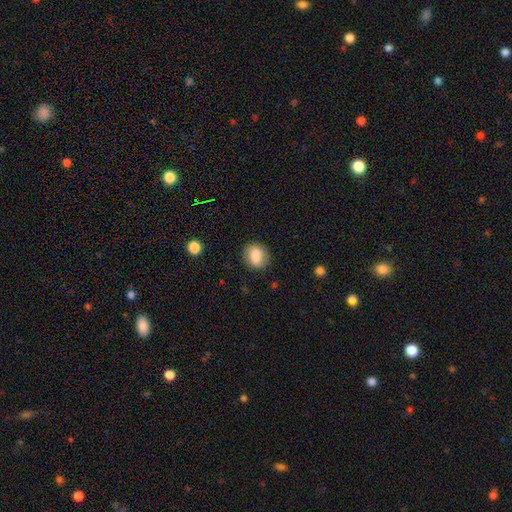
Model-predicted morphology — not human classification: This appears to be a smooth galaxy with no disk features (77%) that is round (65%). Merging: none (84%).